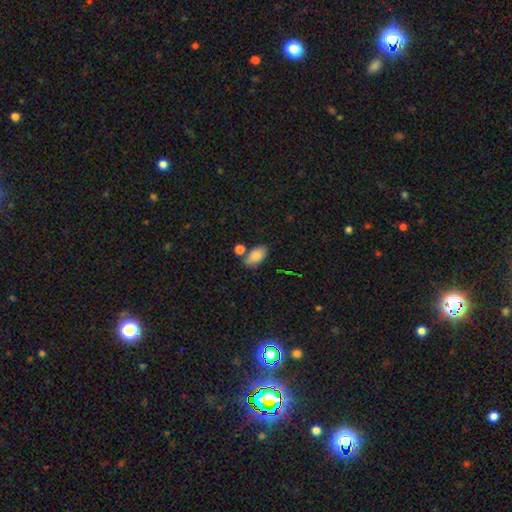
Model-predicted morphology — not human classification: Smooth or featured?
  - smooth: 84% *
  - featured or disk: 8%
  - star or artifact: 8%
How rounded?
  - in between: 93% *
  - round: 5%
  - cigar-shaped: 2%
Merging?
  - none: 65% *
  - minor disturbance: 16%
  - merger: 15%
  - major disturbance: 4%